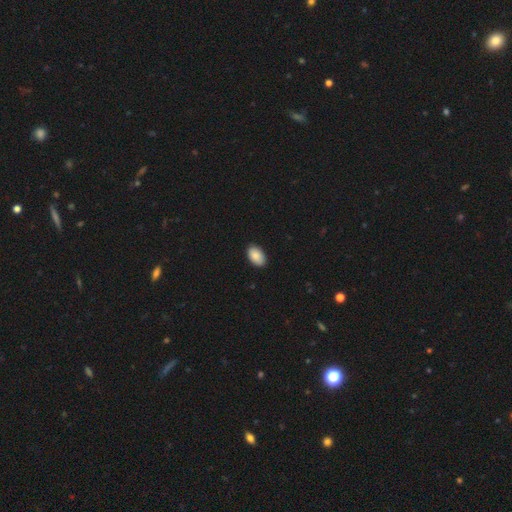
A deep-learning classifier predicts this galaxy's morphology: type=smooth (89%); roundness=in between (93%); merging=none (89%).